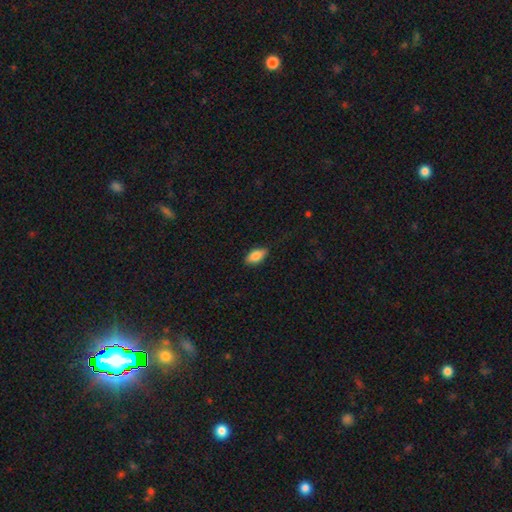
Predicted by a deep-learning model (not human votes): Overall: smooth (84%). How rounded: in between (89%). Merging: none (82%).